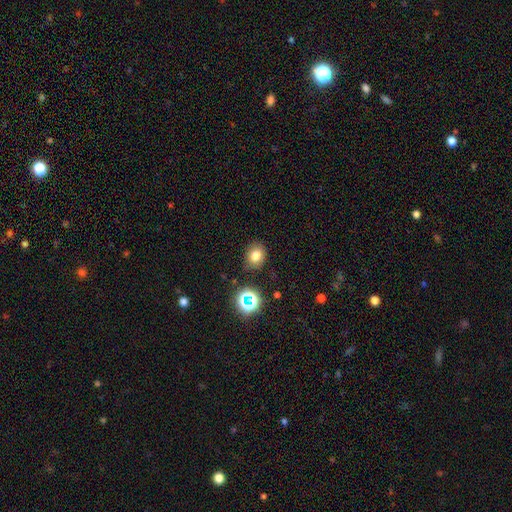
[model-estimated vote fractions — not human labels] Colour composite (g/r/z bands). It shows a smooth galaxy with no disk features (75%) that is round (60%). Merging: none (83%).